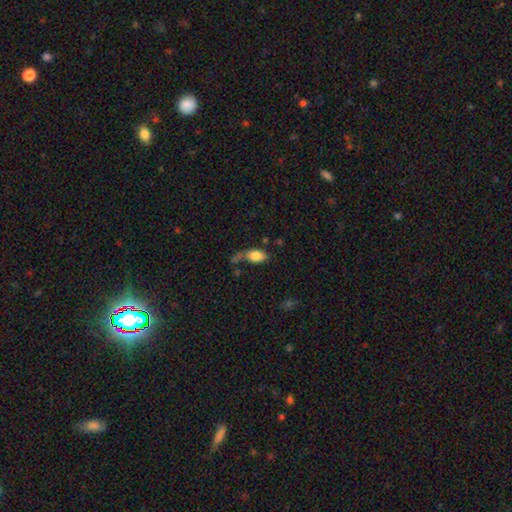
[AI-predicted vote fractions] A smooth galaxy with no disk features (80%) that is in between round and cigar-shaped (90%).

Vote fractions:
- Smooth or featured? smooth: 80% / featured or disk: 13% / star or artifact: 8%
- How rounded? in between: 90% / round: 7% / cigar-shaped: 3%
- Merging? none: 40% / minor disturbance: 23% / major disturbance: 19% / merger: 18%